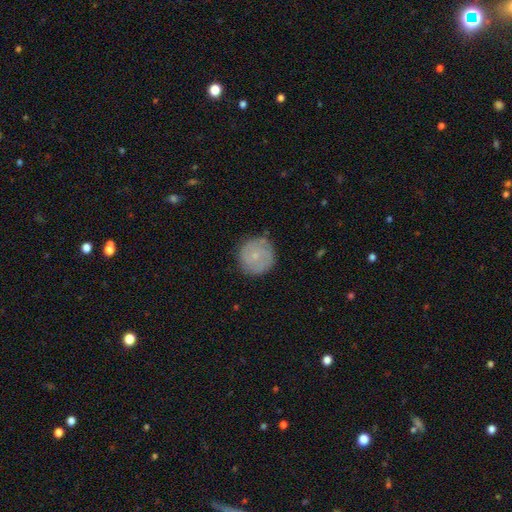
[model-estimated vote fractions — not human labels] Smooth or featured?
  - smooth: 57% *
  - featured or disk: 35%
  - star or artifact: 7%
How rounded?
  - round: 93% *
  - in between: 6%
  - cigar-shaped: 1%
Merging?
  - none: 79% *
  - minor disturbance: 16%
  - major disturbance: 3%
  - merger: 2%